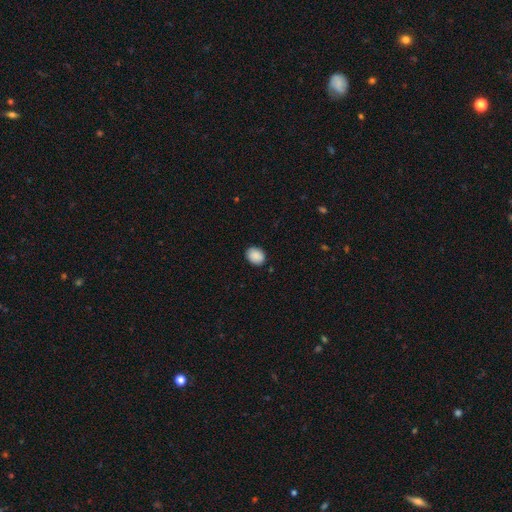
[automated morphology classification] This is clearly a smooth galaxy (89%). How rounded: possibly round (50%). Merging: clearly none (86%).